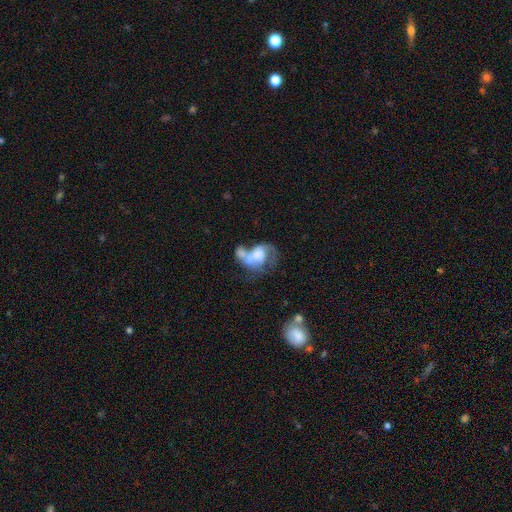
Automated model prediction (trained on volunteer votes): smooth-or-featured: featured or disk: 50% | smooth: 40% | star or artifact: 9%
  disk-edge-on: no: 98% | yes: 2%
  merging: merger: 49% | major disturbance: 26% | none: 14% | minor disturbance: 11%